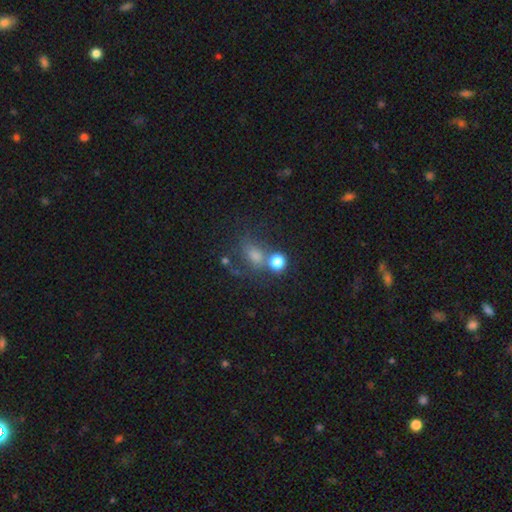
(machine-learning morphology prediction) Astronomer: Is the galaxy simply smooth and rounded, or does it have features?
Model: smooth — 58%.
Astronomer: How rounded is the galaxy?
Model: in between — 52% (runner-up: round, 45%).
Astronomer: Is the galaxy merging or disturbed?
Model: none — 47% (runner-up: merger, 25%).